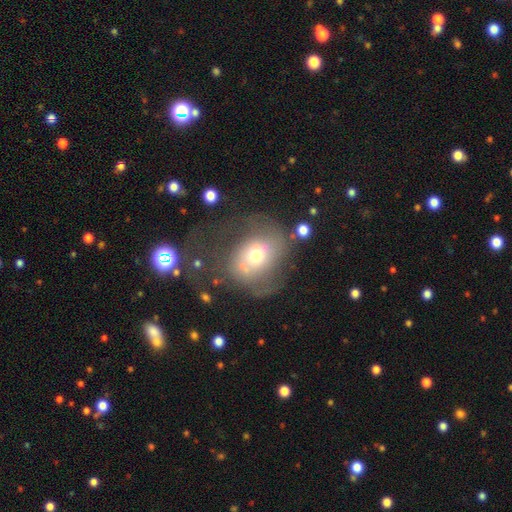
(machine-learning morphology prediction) This is possibly a smooth galaxy (48%). Merging: marginally major disturbance (37%).